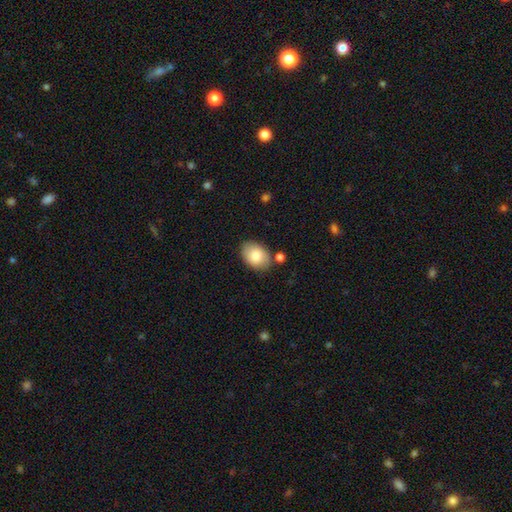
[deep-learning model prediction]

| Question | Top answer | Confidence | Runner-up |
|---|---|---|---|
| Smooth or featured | smooth | 80% | featured or disk (13%) |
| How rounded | in between | 83% | round (16%) |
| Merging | none | 77% | minor disturbance (14%) |